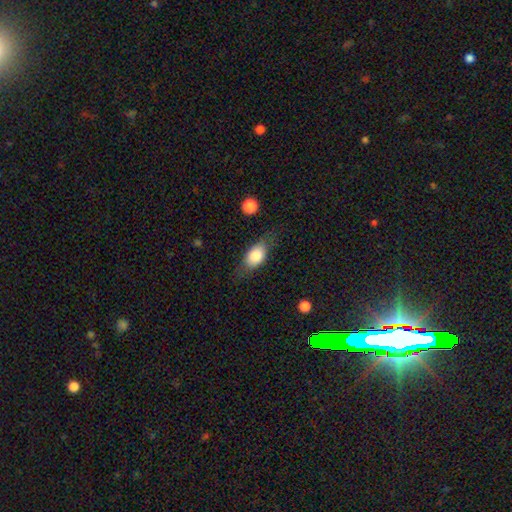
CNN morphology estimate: smooth_or_featured: smooth (p=0.73) [alt: featured or disk p=0.20]
how_rounded: in between (p=0.81) [alt: round p=0.11]
merging: none (p=0.66) [alt: minor disturbance p=0.22]